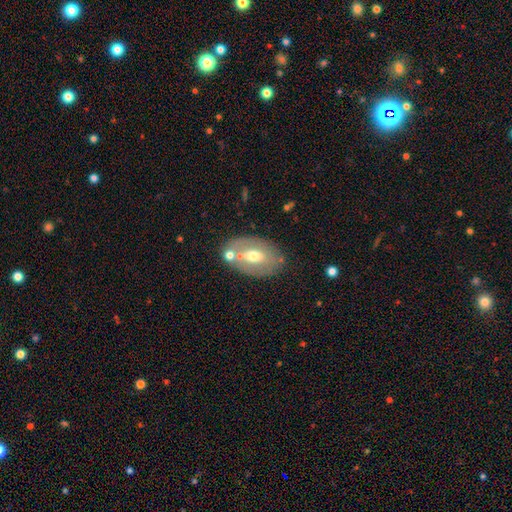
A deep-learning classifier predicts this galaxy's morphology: Q: Smooth or featured?
A: featured or disk (54%); runner-up: smooth (38%)
Q: Edge-on disk?
A: no (88%); runner-up: yes (12%)
Q: Merging?
A: none (68%); runner-up: minor disturbance (15%)